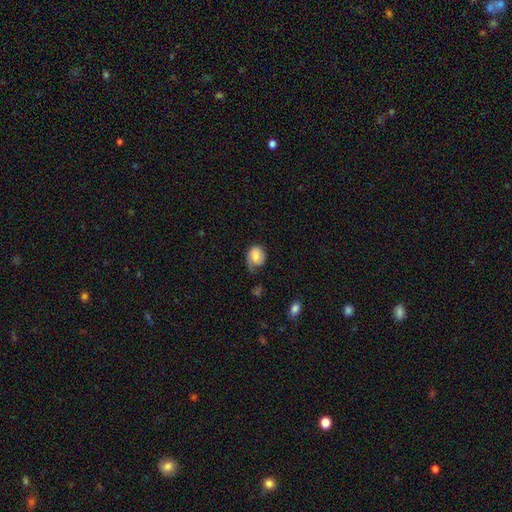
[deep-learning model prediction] Morphology: type=smooth (67%); roundness=in between (51%); merging=none (39%).